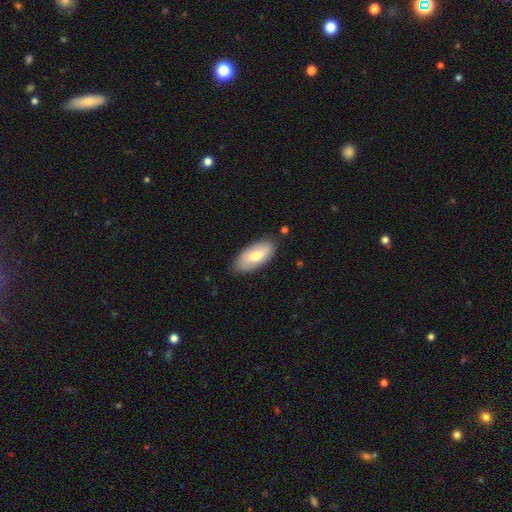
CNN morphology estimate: This appears to be a smooth galaxy with no disk features (68%) that is in between round and cigar-shaped (91%). Merging: none (81%).